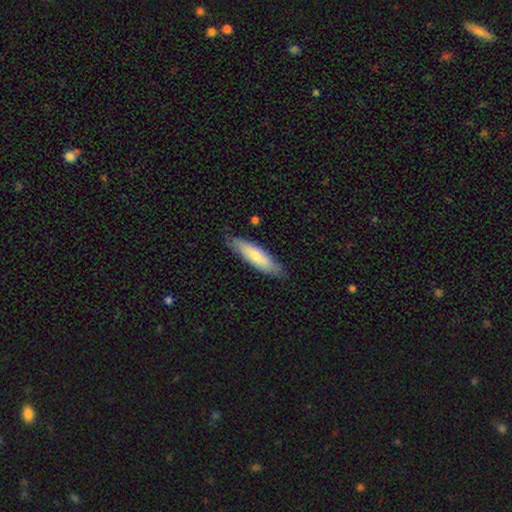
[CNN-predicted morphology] A smooth galaxy with no disk features (72%) that is cigar-shaped (69%).

Vote fractions:
- Smooth or featured? smooth: 72% / featured or disk: 23% / star or artifact: 5%
- How rounded? cigar-shaped: 69% / in between: 29% / round: 1%
- Merging? none: 83% / minor disturbance: 14% / major disturbance: 2% / merger: 1%